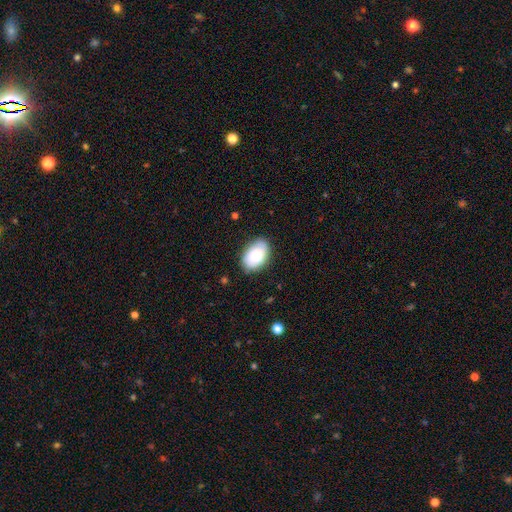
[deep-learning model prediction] Smooth or featured: smooth — 78% (featured or disk — 15%)
How rounded: in between — 88% (round — 11%)
Merging: none — 80% (minor disturbance — 15%)